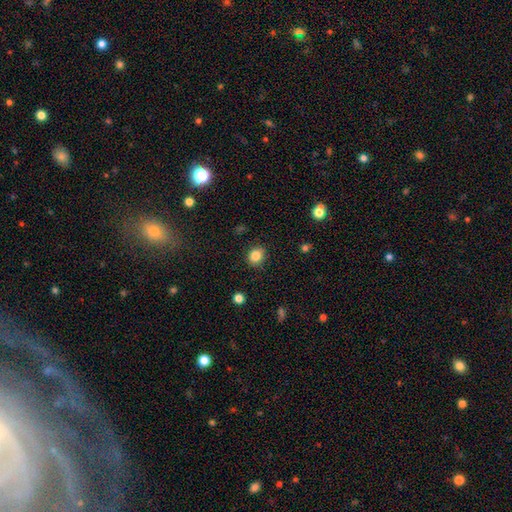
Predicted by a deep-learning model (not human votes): smooth 84%, star or artifact 11%, featured or disk 5%. Down the decision tree: how rounded — round (71%); merging — none (88%).